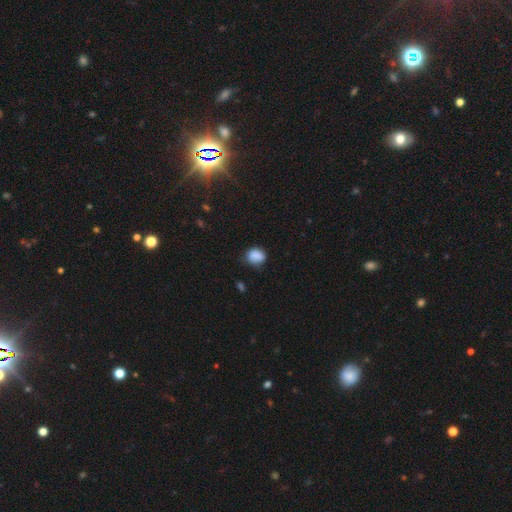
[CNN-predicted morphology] Smooth or featured?
  - smooth: 85% *
  - star or artifact: 9%
  - featured or disk: 6%
How rounded?
  - round: 53% *
  - in between: 46%
  - cigar-shaped: 1%
Merging?
  - none: 62% *
  - minor disturbance: 30%
  - major disturbance: 6%
  - merger: 2%